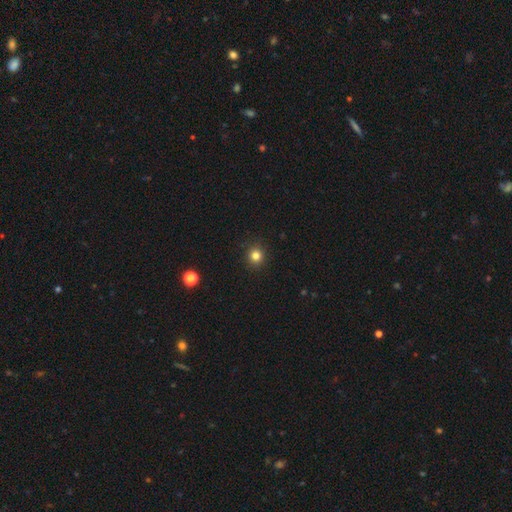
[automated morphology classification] The model was most divided on "smooth or featured": smooth: 82%, star or artifact: 13%, featured or disk: 5%. More confident: merging — none (92%); how rounded — round (92%).